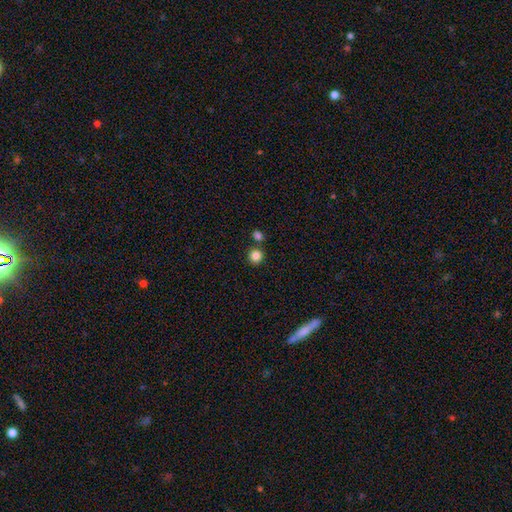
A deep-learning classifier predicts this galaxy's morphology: Smooth or featured?
  - smooth: 85% *
  - star or artifact: 10%
  - featured or disk: 4%
How rounded?
  - round: 90% *
  - in between: 9%
  - cigar-shaped: 1%
Merging?
  - none: 78% *
  - merger: 12%
  - minor disturbance: 7%
  - major disturbance: 2%